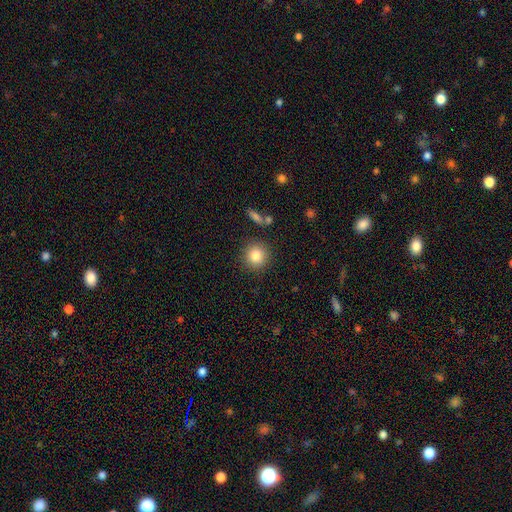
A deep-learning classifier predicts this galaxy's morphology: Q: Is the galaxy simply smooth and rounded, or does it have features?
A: smooth — 83%.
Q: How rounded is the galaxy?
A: round — 93%.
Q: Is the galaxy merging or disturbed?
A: none — 88%.